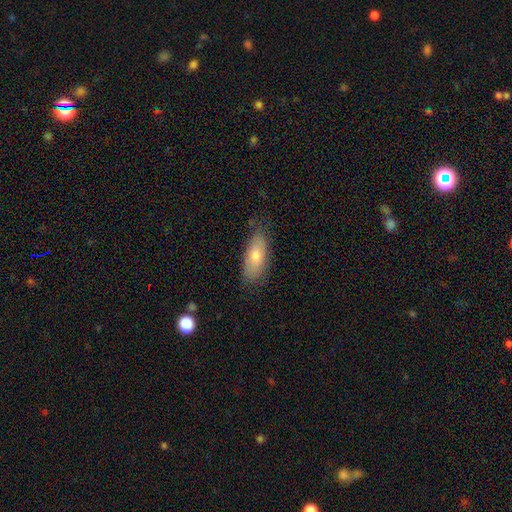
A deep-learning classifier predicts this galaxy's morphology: The model was most divided on "smooth or featured": smooth: 74%, featured or disk: 20%, star or artifact: 6%. More confident: how rounded — in between (82%); merging — none (75%).